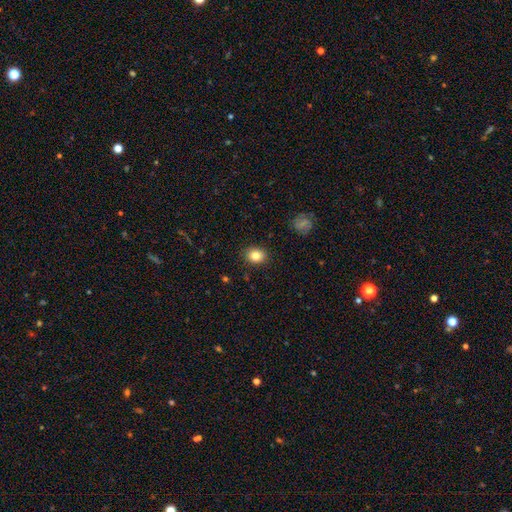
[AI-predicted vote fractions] The model was most divided on "how rounded": round: 59%, in between: 40%, cigar-shaped: 1%. More confident: merging — none (88%); smooth or featured — smooth (82%).